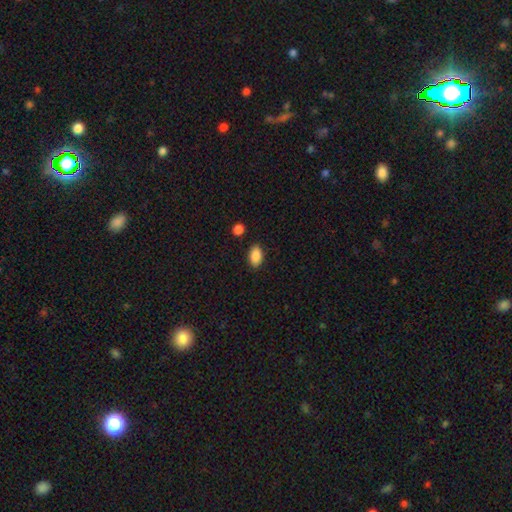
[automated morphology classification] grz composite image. It shows a smooth galaxy with no disk features (88%) that is in between round and cigar-shaped (91%). Merging: none (86%).